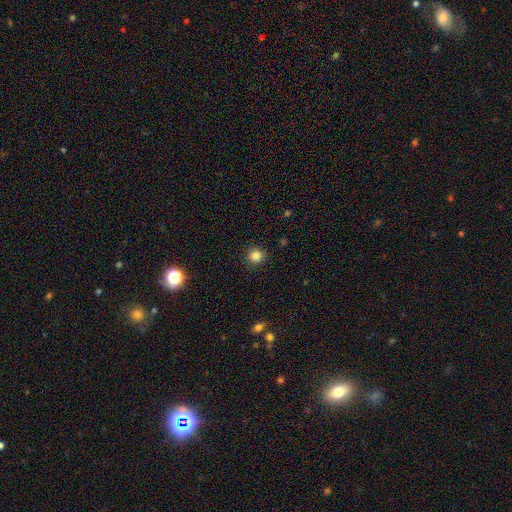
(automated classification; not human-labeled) Overall: smooth (84%). How rounded: round (92%). Merging: none (89%).